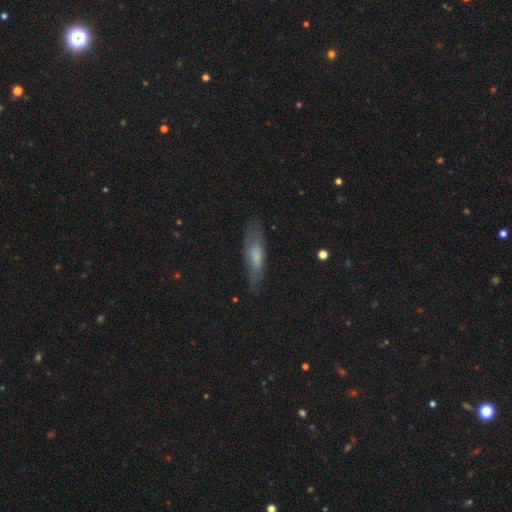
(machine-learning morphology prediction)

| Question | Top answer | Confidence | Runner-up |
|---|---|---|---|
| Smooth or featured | smooth | 54% | featured or disk (38%) |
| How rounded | cigar-shaped | 56% | in between (42%) |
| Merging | none | 71% | minor disturbance (21%) |